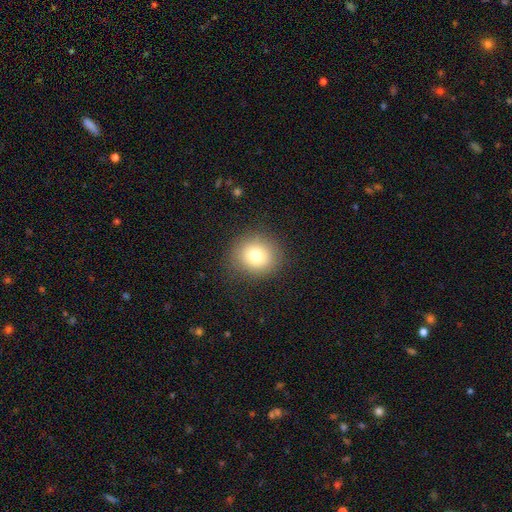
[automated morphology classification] A smooth galaxy with no disk features (79%) that is round (80%).

Vote fractions:
- Smooth or featured? smooth: 79% / star or artifact: 11% / featured or disk: 10%
- How rounded? round: 80% / in between: 19% / cigar-shaped: 1%
- Merging? none: 86% / minor disturbance: 9% / major disturbance: 4% / merger: 1%